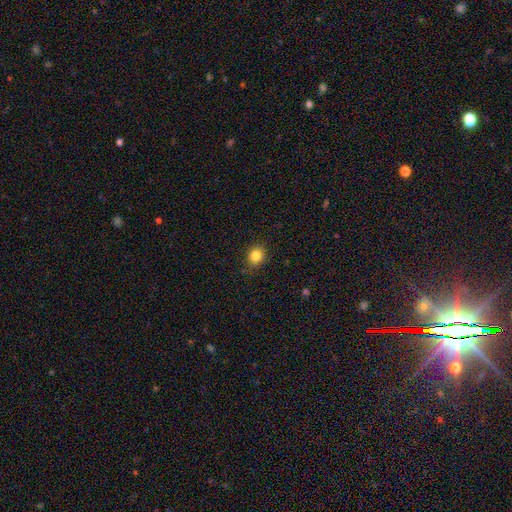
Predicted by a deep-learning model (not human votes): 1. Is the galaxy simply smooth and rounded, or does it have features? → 84% smooth, 11% star or artifact, 5% featured or disk.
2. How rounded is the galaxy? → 62% round, 37% in between, 1% cigar-shaped.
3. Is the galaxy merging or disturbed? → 85% none, 12% minor disturbance, 3% major disturbance, 1% merger.